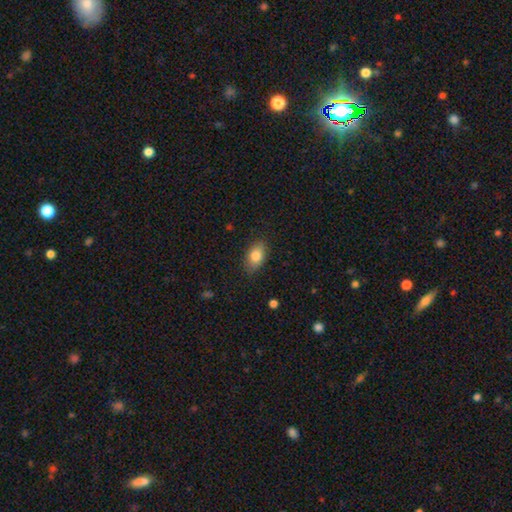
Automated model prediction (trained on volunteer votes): A smooth galaxy with no disk features (81%) that is in between round and cigar-shaped (88%). Merging: none (84%).